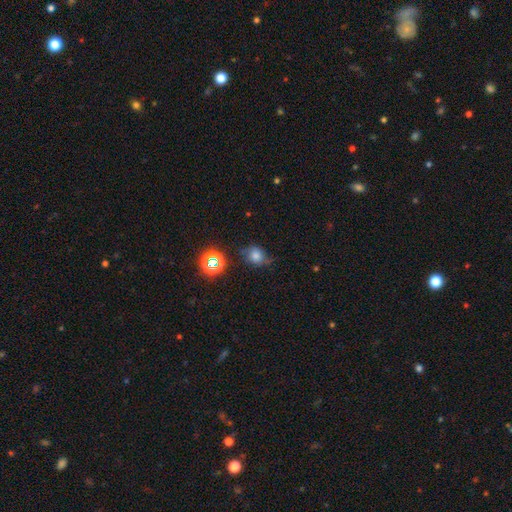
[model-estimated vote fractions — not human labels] This appears to be a smooth galaxy with no disk features (66%) that is round (66%). Merging: none (57%).